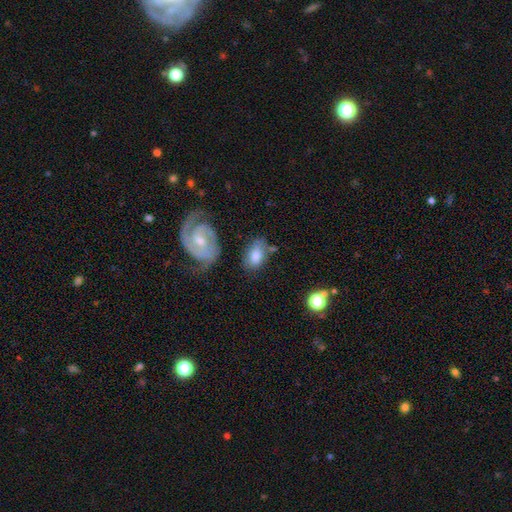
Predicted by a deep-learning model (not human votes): smooth-or-featured: smooth: 71% | featured or disk: 22% | star or artifact: 7%
  how-rounded: in between: 89% | round: 9% | cigar-shaped: 2%
  merging: none: 55% | minor disturbance: 25% | merger: 10% | major disturbance: 9%